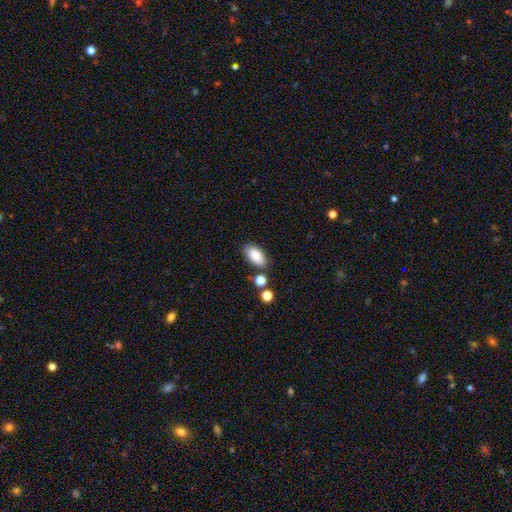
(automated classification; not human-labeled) Overall: smooth (83%). How rounded: in between (93%). Merging: none (78%).